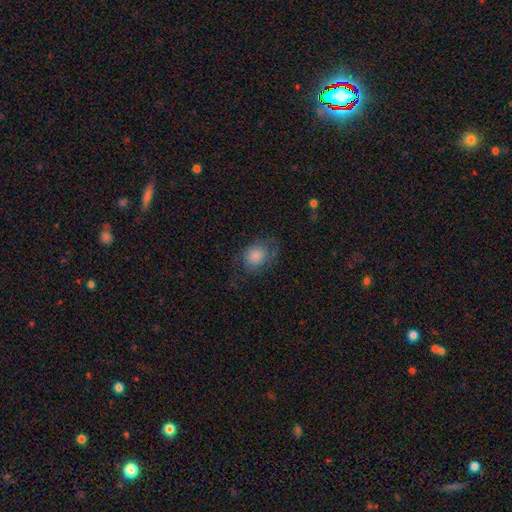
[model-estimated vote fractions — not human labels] Smooth or featured? smooth (65%)
How rounded? round (50%)
Merging? none (58%)